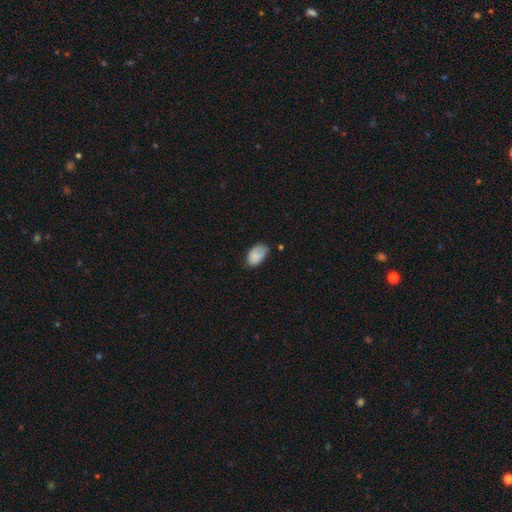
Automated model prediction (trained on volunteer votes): smooth-or-featured: smooth: 81% | featured or disk: 11% | star or artifact: 7%
  how-rounded: in between: 91% | round: 8% | cigar-shaped: 1%
  merging: none: 57% | minor disturbance: 33% | major disturbance: 7% | merger: 3%